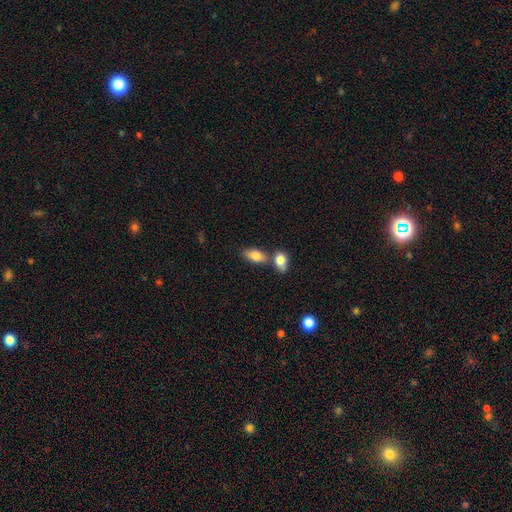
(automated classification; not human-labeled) A smooth galaxy with no disk features (80%) that is in between round and cigar-shaped (87%). Merging: none (49%).